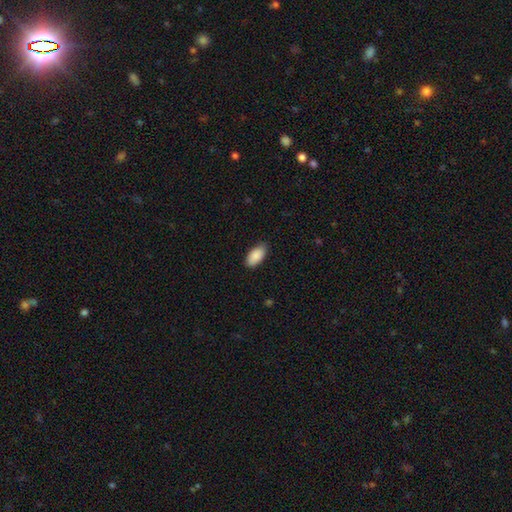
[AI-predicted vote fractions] Smooth or featured? Predicted: smooth (p=0.89). How rounded? Predicted: in between (p=0.94). Merging? Predicted: none (p=0.83).